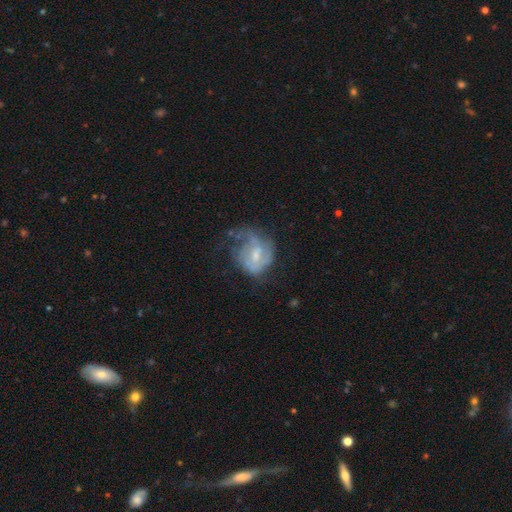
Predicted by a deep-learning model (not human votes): smooth-or-featured: featured or disk: 65% | smooth: 27% | star or artifact: 8%
  disk-edge-on: no: 97% | yes: 3%
    bar: no: 47% | weak: 45% | strong: 8%
    has-spiral-arms: yes: 68% | no: 32%
    bulge-size: small: 44% | moderate: 42% | none: 10% | large: 3% | dominant: 1%
  merging: none: 36% (tied) | major disturbance: 36% (tied) | minor disturbance: 25% | merger: 3%